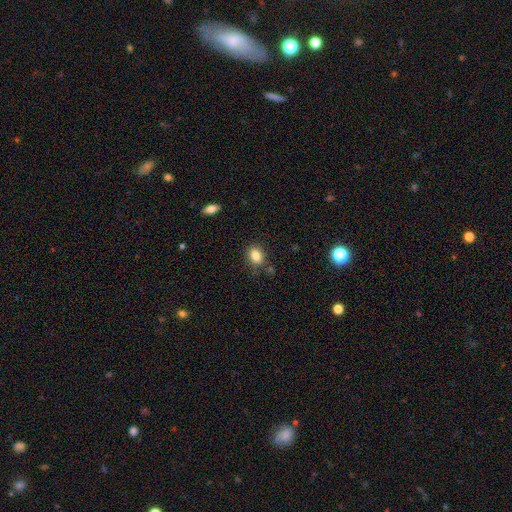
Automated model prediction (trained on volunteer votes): Smooth or featured? Predicted: smooth (p=0.83). How rounded? Predicted: in between (p=0.71). Merging? Predicted: none (p=0.77).